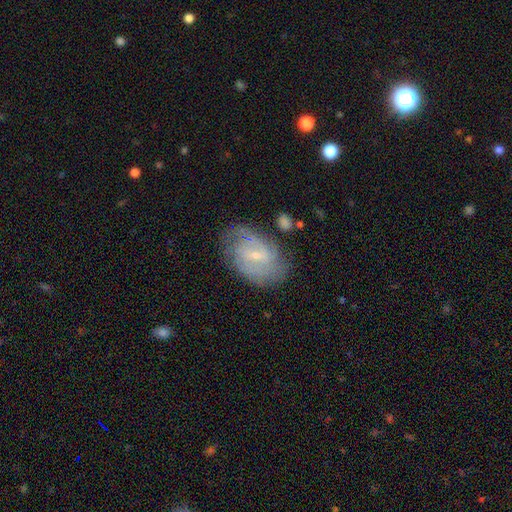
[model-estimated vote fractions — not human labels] smooth-or-featured: featured or disk: 79% | smooth: 15% | star or artifact: 6%
  disk-edge-on: no: 97% | yes: 3%
    bar: weak: 58% | no: 21% | strong: 21%
    has-spiral-arms: yes: 90% | no: 10%
      spiral-winding: tight: 43% | medium: 42% | loose: 15%
      spiral-arm-count: 2: 52% | can't tell: 27% | 3: 10% | 4: 4% | 1: 4% | more than 4: 3%
    bulge-size: small: 74% | moderate: 21% | none: 4% | large: 1% | dominant: 1%
  merging: none: 69% | minor disturbance: 20% | major disturbance: 8% | merger: 3%